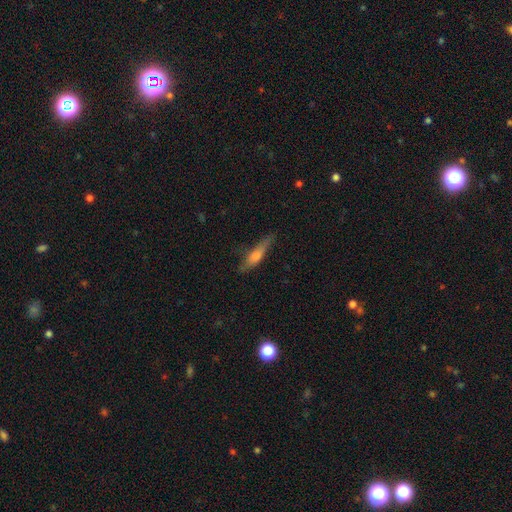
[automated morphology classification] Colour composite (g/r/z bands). It shows a smooth galaxy with no disk features (50%). Merging: none (70%).